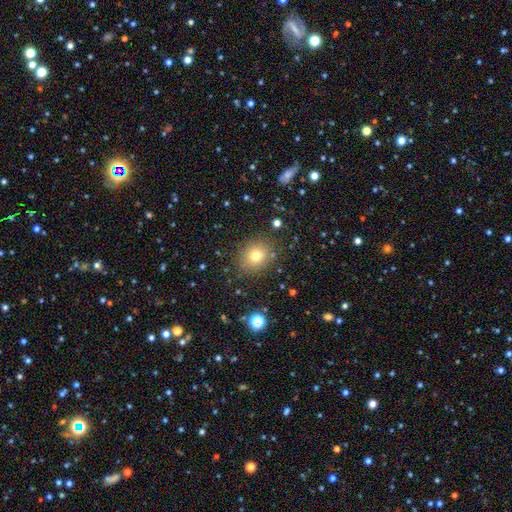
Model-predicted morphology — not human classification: Smooth or featured? Predicted: smooth (p=0.73). How rounded? Predicted: round (p=0.69). Merging? Predicted: none (p=0.84).